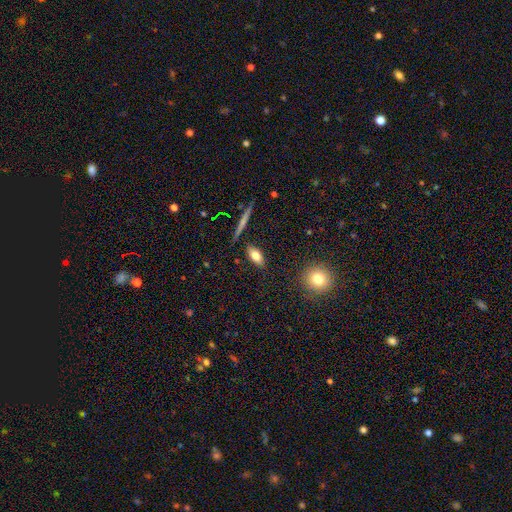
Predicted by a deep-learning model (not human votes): A smooth galaxy with no disk features (75%) that is in between round and cigar-shaped (82%).

Vote fractions:
- Smooth or featured? smooth: 75% / featured or disk: 16% / star or artifact: 8%
- How rounded? in between: 82% / cigar-shaped: 13% / round: 5%
- Merging? none: 85% / minor disturbance: 10% / merger: 3% / major disturbance: 3%